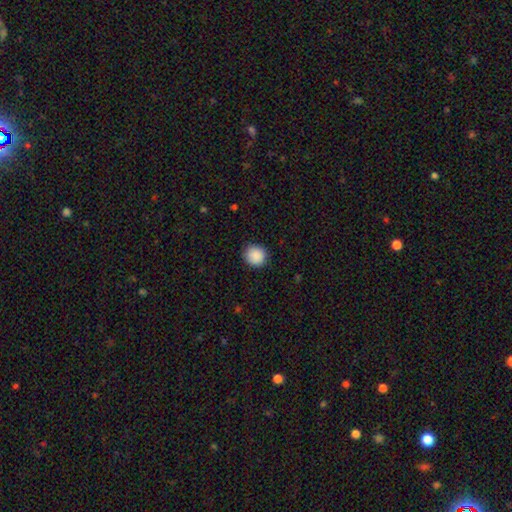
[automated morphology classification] Smooth or featured?
  - smooth: 89% *
  - star or artifact: 8%
  - featured or disk: 3%
How rounded?
  - round: 91% *
  - in between: 8%
  - cigar-shaped: 1%
Merging?
  - none: 88% *
  - minor disturbance: 9%
  - major disturbance: 2%
  - merger: 1%